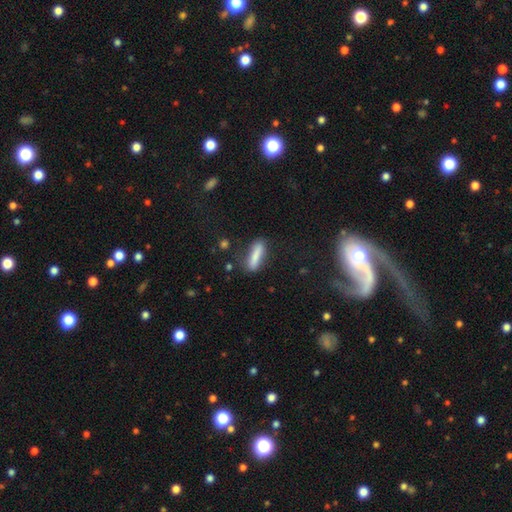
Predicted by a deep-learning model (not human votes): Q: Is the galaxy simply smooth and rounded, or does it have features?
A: smooth — 79%.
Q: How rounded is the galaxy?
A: cigar-shaped — 72%.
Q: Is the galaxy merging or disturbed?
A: none — 75%.